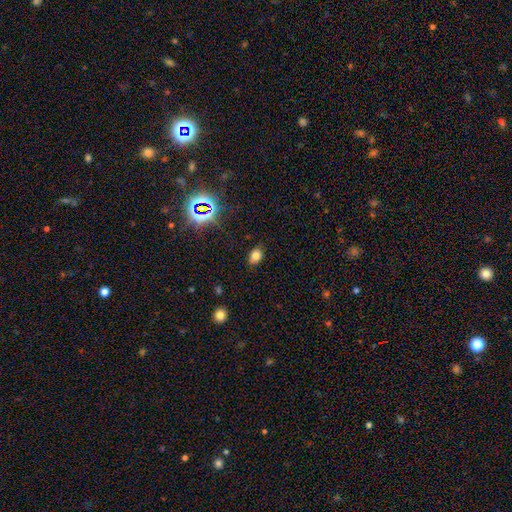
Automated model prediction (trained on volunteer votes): smooth_or_featured: smooth (p=0.75) [alt: star or artifact p=0.18]
how_rounded: in between (p=0.78) [alt: round p=0.20]
merging: none (p=0.84) [alt: minor disturbance p=0.12]